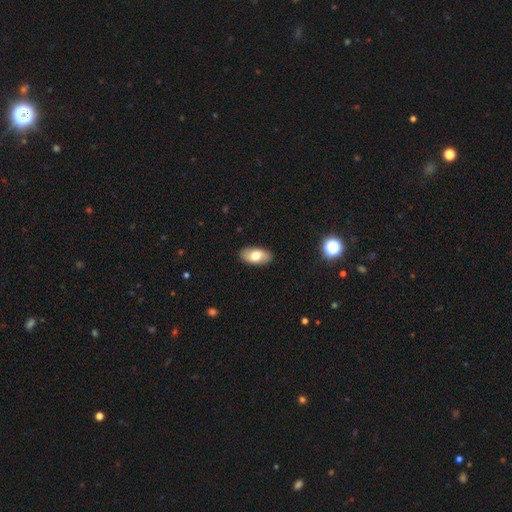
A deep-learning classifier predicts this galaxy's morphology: Q: Smooth or featured?
A: smooth (69%); runner-up: featured or disk (24%)
Q: How rounded?
A: in between (93%); runner-up: round (4%)
Q: Merging?
A: none (88%); runner-up: minor disturbance (9%)